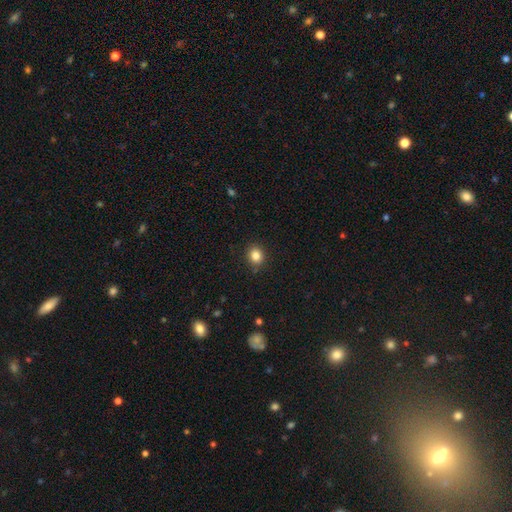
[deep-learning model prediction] A smooth galaxy with no disk features (84%) that is round (74%). Merging: none (89%).